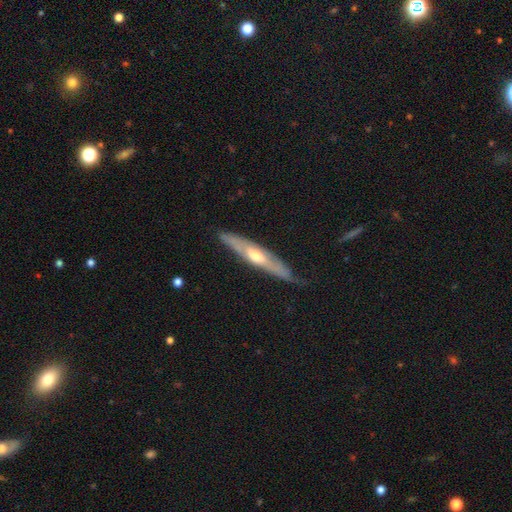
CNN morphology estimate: Q: Smooth or featured?
A: featured or disk (65%); runner-up: smooth (29%)
Q: Edge-on disk?
A: yes (77%); runner-up: no (23%)
Q: Edge-on bulge?
A: rounded (78%); runner-up: none (17%)
Q: Merging?
A: none (77%); runner-up: minor disturbance (19%)